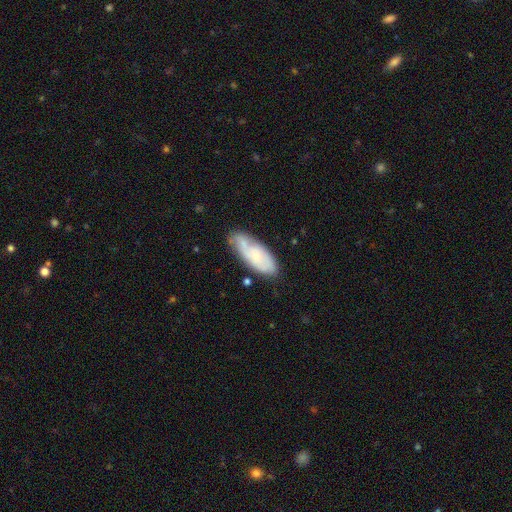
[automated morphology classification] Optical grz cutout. It shows a featured or disk galaxy (52%). Merging: none (60%).